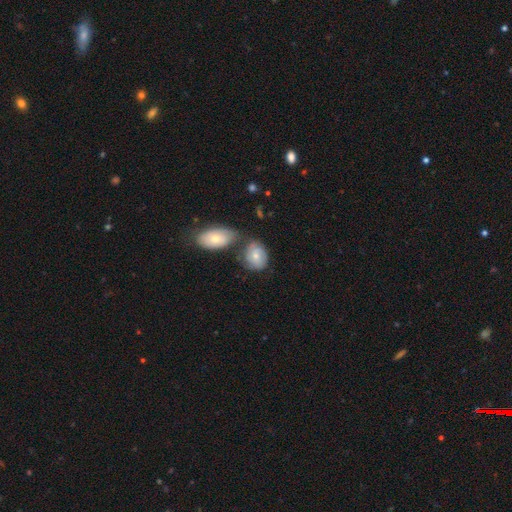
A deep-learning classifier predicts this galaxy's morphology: Smooth or featured? Predicted: smooth (p=0.54). How rounded? Predicted: in between (p=0.60). Merging? Predicted: none (p=0.43).